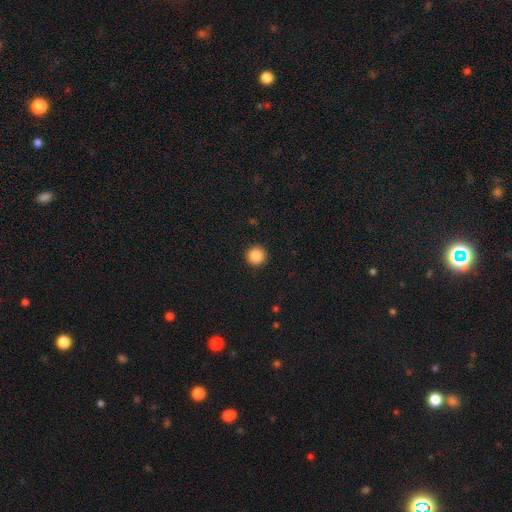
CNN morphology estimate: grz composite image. It shows a smooth galaxy with no disk features (87%) that is round (96%). Merging: none (93%).